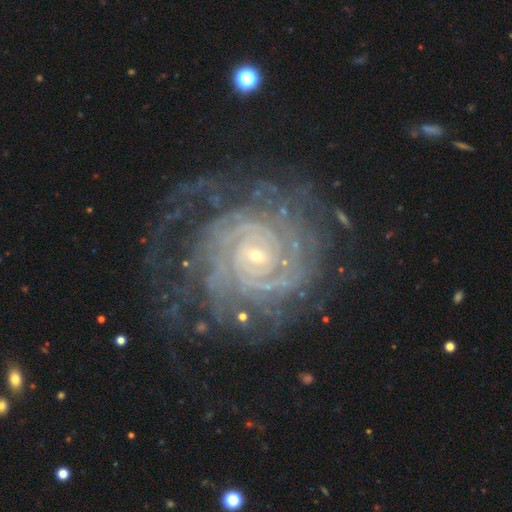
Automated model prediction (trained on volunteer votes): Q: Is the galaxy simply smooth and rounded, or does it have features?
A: featured or disk — 90%.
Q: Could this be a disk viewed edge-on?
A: no — 97%.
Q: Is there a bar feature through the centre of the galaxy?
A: no — 68%.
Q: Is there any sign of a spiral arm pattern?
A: yes — 98%.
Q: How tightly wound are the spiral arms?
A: tight — 81%.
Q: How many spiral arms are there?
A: can't tell — 27%.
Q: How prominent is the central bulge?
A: small — 81%.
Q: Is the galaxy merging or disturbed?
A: none — 67%.